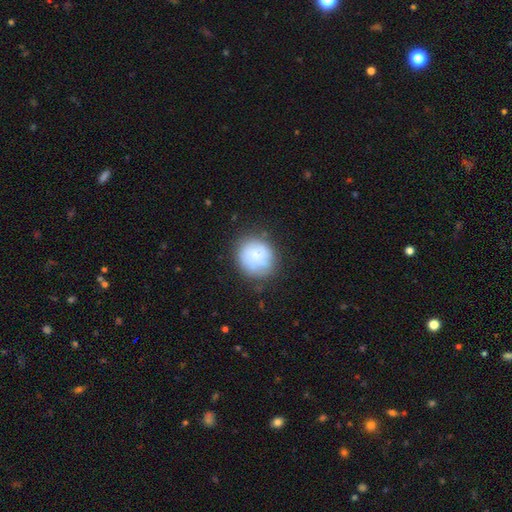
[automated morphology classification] Smooth or featured: smooth — 56% (featured or disk — 36%)
How rounded: round — 78% (in between — 21%)
Merging: none — 67% (minor disturbance — 21%)